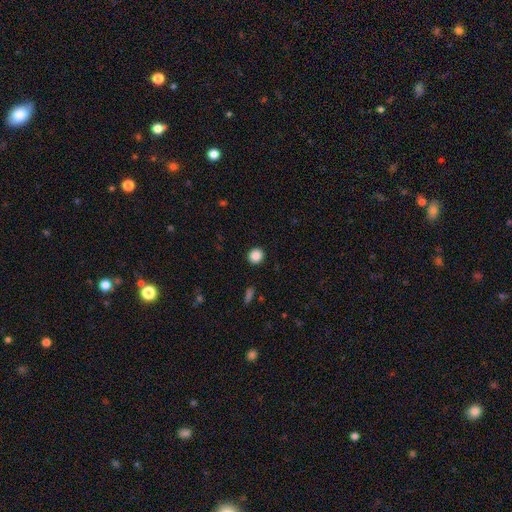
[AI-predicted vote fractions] Smooth or featured?
  - smooth: 87% *
  - star or artifact: 10%
  - featured or disk: 3%
How rounded?
  - round: 90% *
  - in between: 9%
  - cigar-shaped: 1%
Merging?
  - none: 92% *
  - minor disturbance: 5%
  - major disturbance: 2%
  - merger: 1%